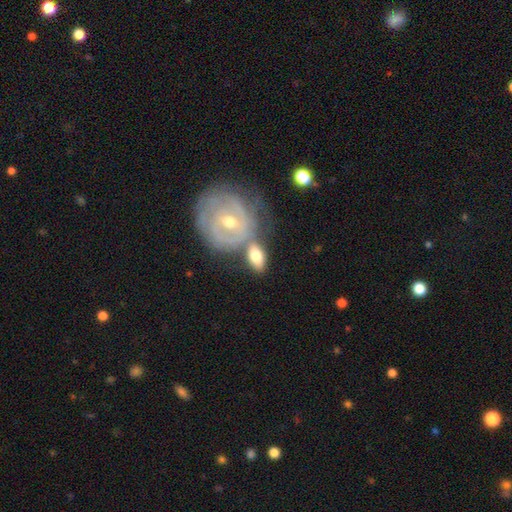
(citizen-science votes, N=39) Smooth or featured? smooth (54%)
How rounded? in between (86%)
Merging? merger (39%)